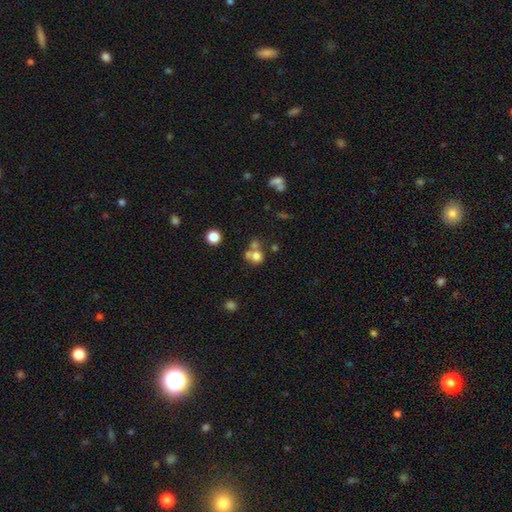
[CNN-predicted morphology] smooth-or-featured: smooth: 71% | star or artifact: 15% | featured or disk: 14%
  how-rounded: round: 81% | in between: 18% | cigar-shaped: 1%
  merging: merger: 46% | none: 40% | minor disturbance: 8% | major disturbance: 6%